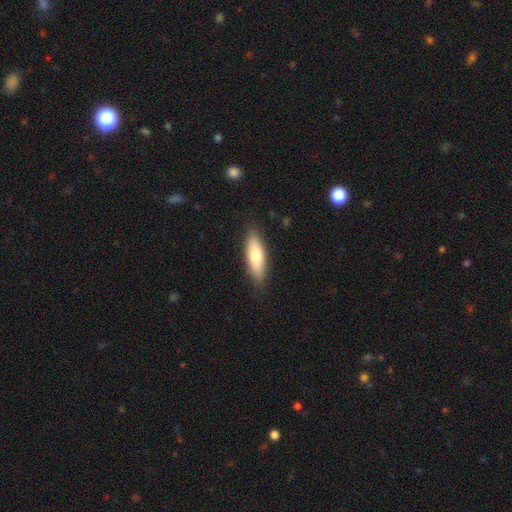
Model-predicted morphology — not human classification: This is likely a smooth galaxy (74%). How rounded: possibly cigar-shaped (50%). Merging: clearly none (87%).